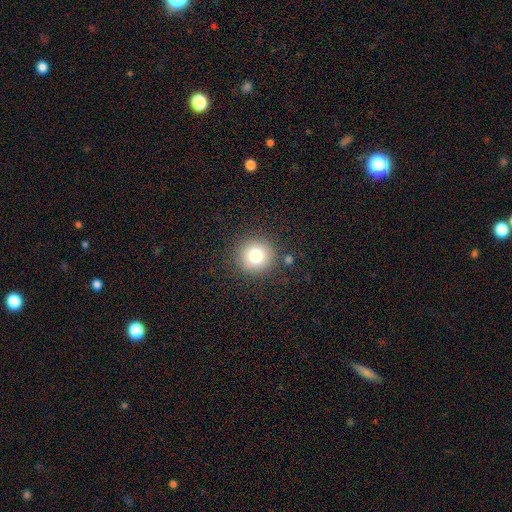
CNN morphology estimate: This is likely a smooth galaxy (78%). How rounded: clearly round (94%). Merging: clearly none (87%).